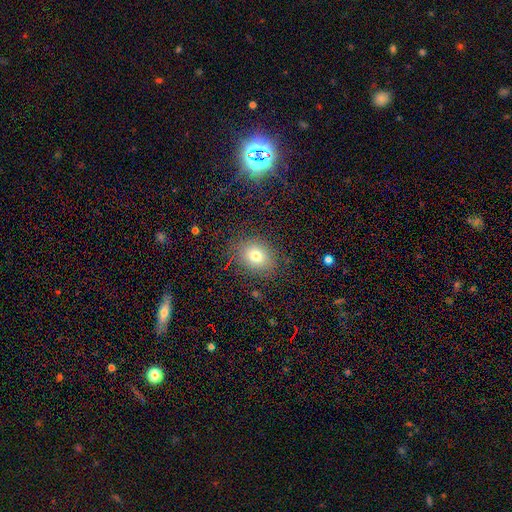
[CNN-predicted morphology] Smooth or featured? smooth (76%)
How rounded? round (52%)
Merging? none (83%)